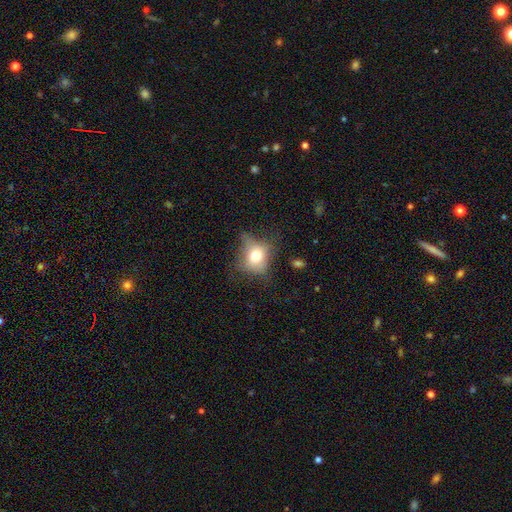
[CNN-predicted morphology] type=smooth (66%); roundness=in between (50%); merging=none (44%).